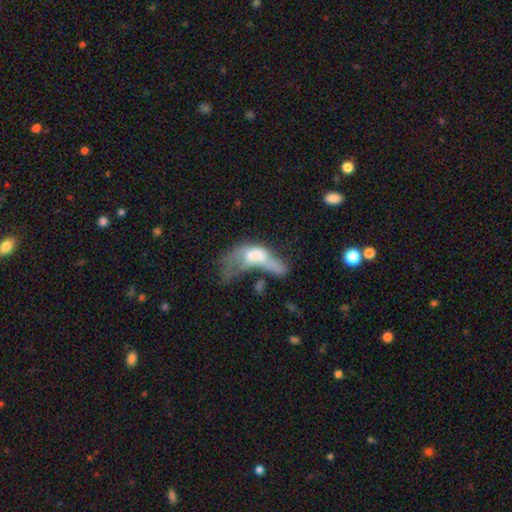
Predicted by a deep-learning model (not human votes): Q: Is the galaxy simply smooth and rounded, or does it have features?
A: smooth — 47%.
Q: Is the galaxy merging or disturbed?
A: major disturbance — 45%.